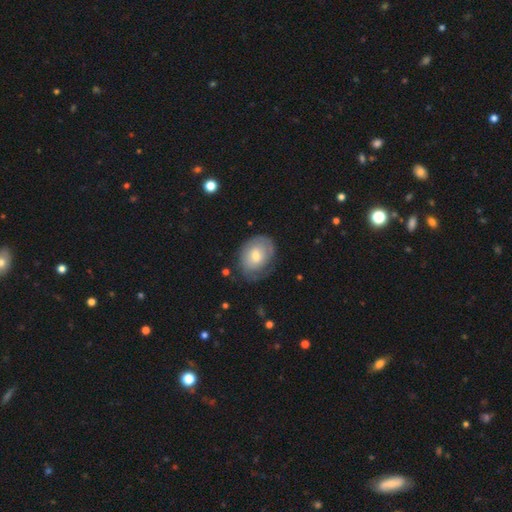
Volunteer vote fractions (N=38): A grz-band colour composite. It shows a featured or disk galaxy (76%) with a weak bar (69%), tight (74%) spiral arms (93%) and a moderate central bulge (69%). Merging: none (76%).